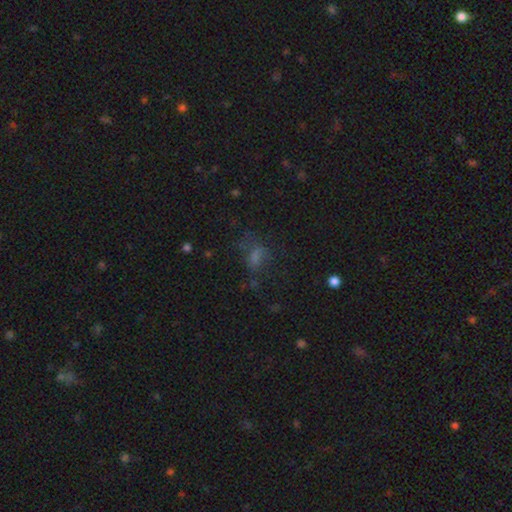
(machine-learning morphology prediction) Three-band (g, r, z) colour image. It shows a smooth galaxy with no disk features (54%) that is in between round and cigar-shaped (73%). Merging: none (48%).